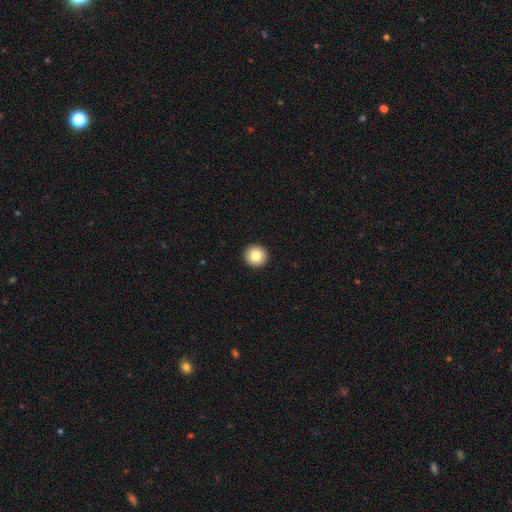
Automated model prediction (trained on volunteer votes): Smooth or featured? Predicted: smooth (p=0.84). How rounded? Predicted: round (p=0.96). Merging? Predicted: none (p=0.94).